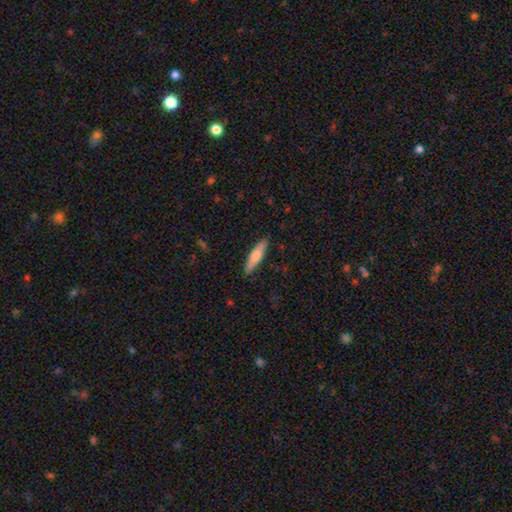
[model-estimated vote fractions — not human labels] A smooth galaxy with no disk features (67%) that is cigar-shaped (78%).

Vote fractions:
- Smooth or featured? smooth: 67% / featured or disk: 27% / star or artifact: 6%
- How rounded? cigar-shaped: 78% / in between: 20% / round: 2%
- Merging? none: 89% / minor disturbance: 8% / major disturbance: 2% / merger: 1%